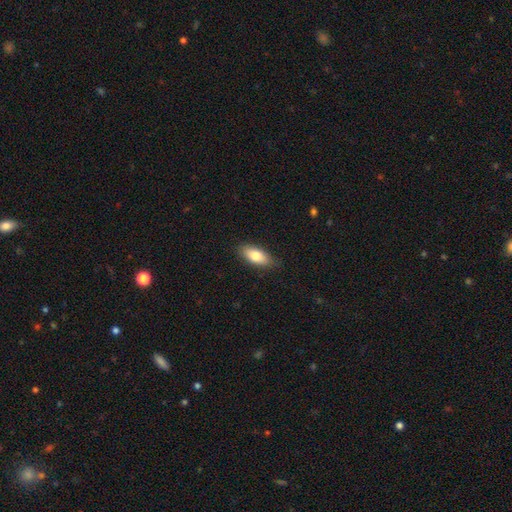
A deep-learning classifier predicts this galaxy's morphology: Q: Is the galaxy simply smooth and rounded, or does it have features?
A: smooth — 80%.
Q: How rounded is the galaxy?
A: in between — 84%.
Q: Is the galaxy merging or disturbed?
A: none — 85%.